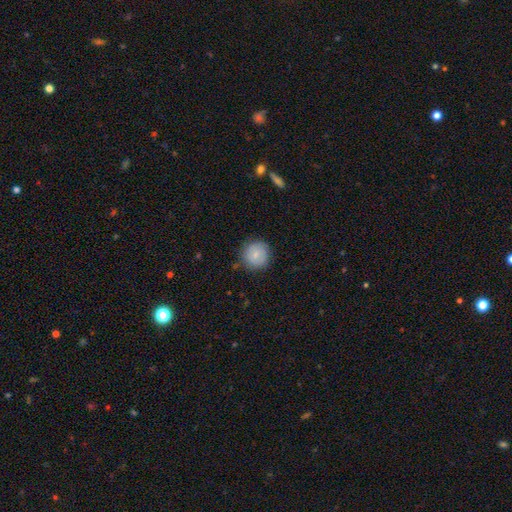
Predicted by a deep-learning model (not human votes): This is likely a smooth galaxy (79%). How rounded: clearly round (93%). Merging: clearly none (84%).